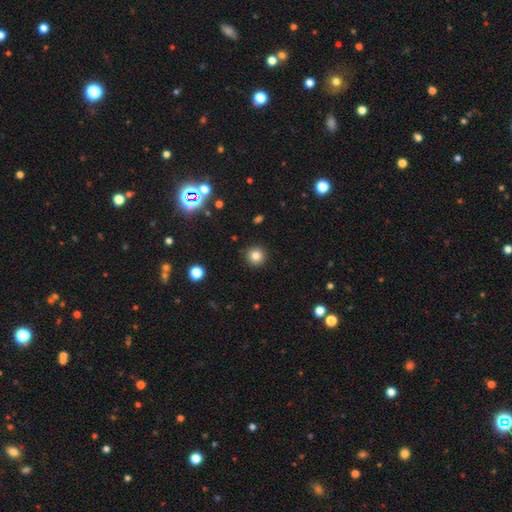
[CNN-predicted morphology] A smooth galaxy with no disk features (81%) that is round (95%). Merging: none (91%).